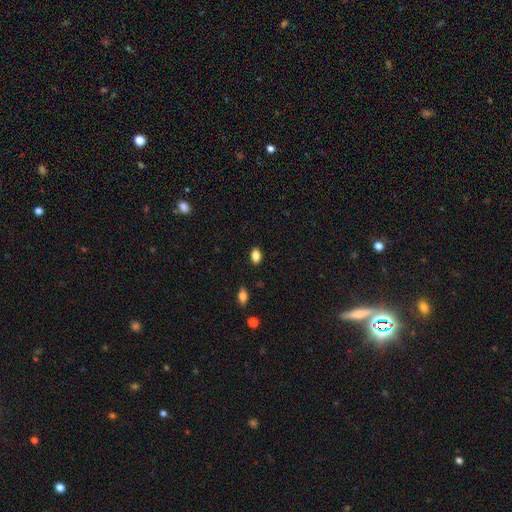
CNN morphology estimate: smooth_or_featured: smooth (p=0.85) [alt: star or artifact p=0.09]
how_rounded: in between (p=0.85) [alt: round p=0.13]
merging: none (p=0.87) [alt: minor disturbance p=0.09]